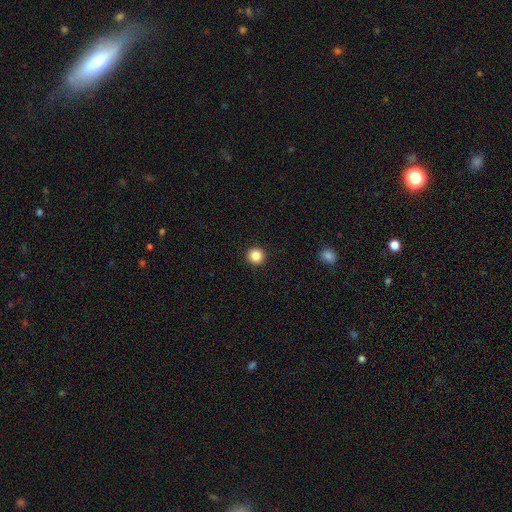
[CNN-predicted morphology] A smooth galaxy with no disk features (86%) that is round (96%). Merging: none (94%).